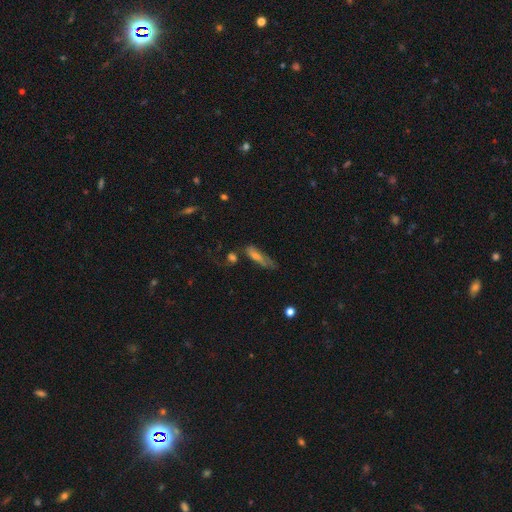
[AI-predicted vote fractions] This is possibly a smooth galaxy (51%). How rounded: possibly cigar-shaped (59%). Merging: marginally none (41%).